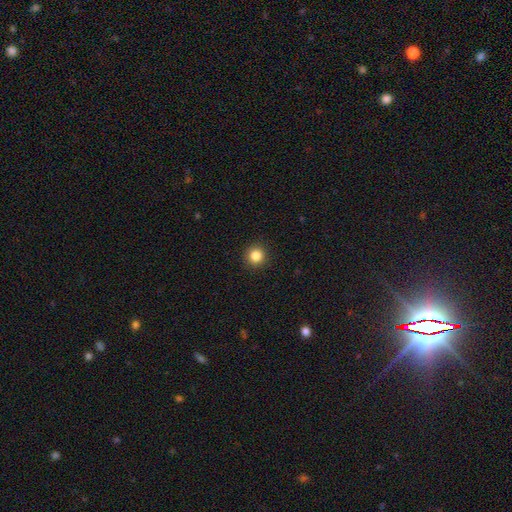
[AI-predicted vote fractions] A smooth galaxy with no disk features (85%) that is round (94%). Merging: none (93%).